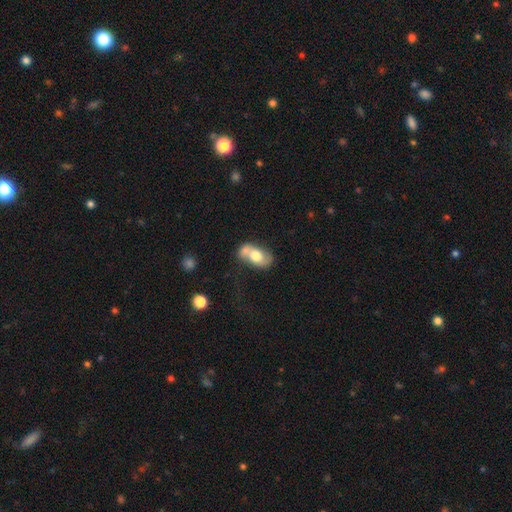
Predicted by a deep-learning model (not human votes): A smooth galaxy with no disk features (55%) that is in between round and cigar-shaped (83%).

Vote fractions:
- Smooth or featured? smooth: 55% / featured or disk: 38% / star or artifact: 7%
- How rounded? in between: 83% / round: 15% / cigar-shaped: 3%
- Merging? merger: 45% / none: 30% / minor disturbance: 16% / major disturbance: 9%